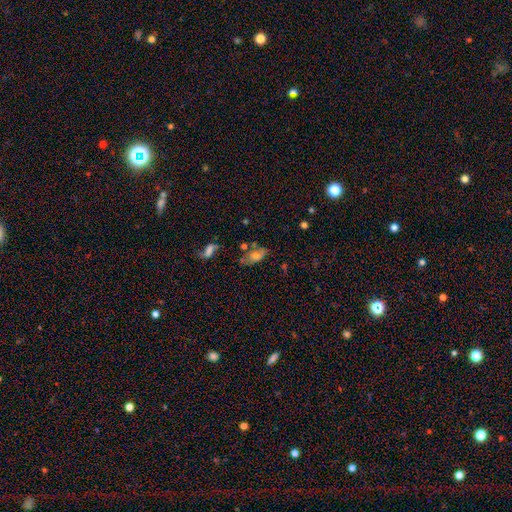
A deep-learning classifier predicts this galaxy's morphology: Overall: smooth (60%; featured or disk 31%). How rounded: in between (87%). Merging: none (52%; minor disturbance 27%).